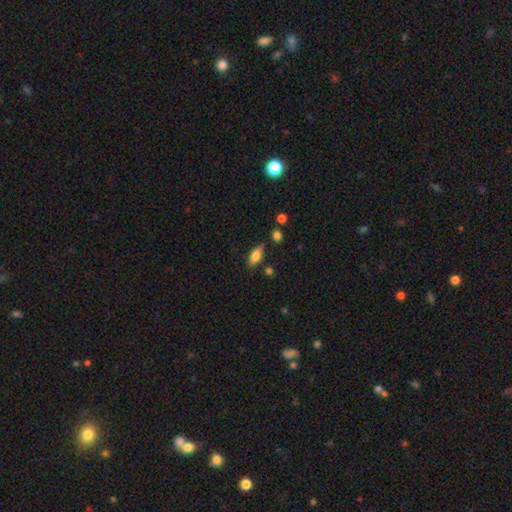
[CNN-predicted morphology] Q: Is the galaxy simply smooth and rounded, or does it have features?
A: smooth — 79%.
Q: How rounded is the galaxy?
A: in between — 78%.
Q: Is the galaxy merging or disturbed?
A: none — 78%.